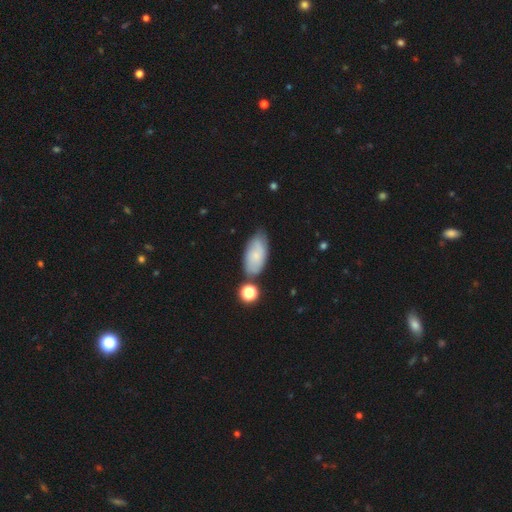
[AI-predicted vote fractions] Smooth or featured? smooth (67%)
How rounded? in between (91%)
Merging? none (64%)